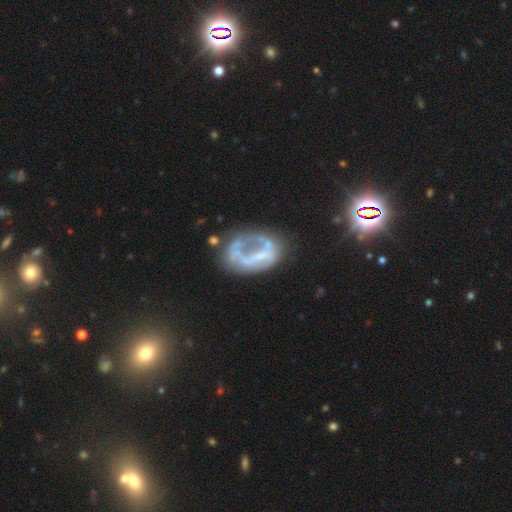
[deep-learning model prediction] A featured or disk galaxy (62%) with no bar (55%), no spiral arms (73%) and no central bulge (58%).

Vote fractions:
- Smooth or featured? featured or disk: 62% / smooth: 23% / star or artifact: 15%
- Edge-on disk? no: 96% / yes: 4%
- Bar? no: 55% / weak: 23% / strong: 22%
- Spiral arms? no: 73% / yes: 27%
- Bulge size? none: 58% / small: 28% / moderate: 11% / large: 2% / dominant: 1%
- Merging? none: 40% / major disturbance: 32% / minor disturbance: 22% / merger: 6%